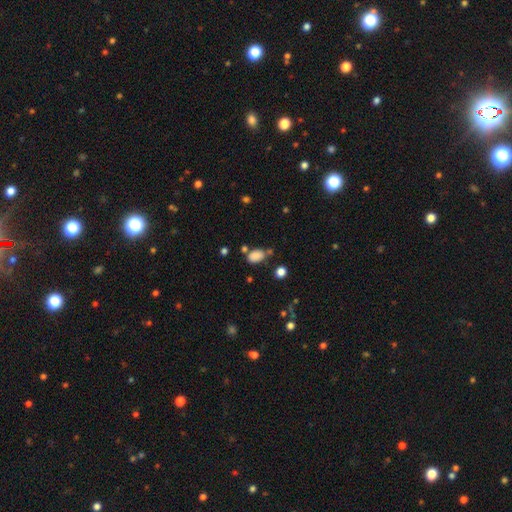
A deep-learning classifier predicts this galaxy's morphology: This is clearly a smooth galaxy (83%). How rounded: clearly in between (85%). Merging: likely none (62%).